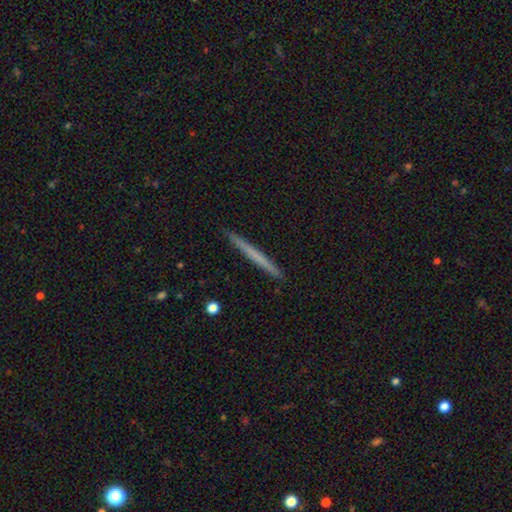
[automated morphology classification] Smooth or featured?
  - smooth: 55% *
  - featured or disk: 39%
  - star or artifact: 5%
How rounded?
  - cigar-shaped: 97% *
  - in between: 1%
  - round: 1%
Merging?
  - none: 93% *
  - minor disturbance: 5%
  - major disturbance: 1%
  - merger: 1%